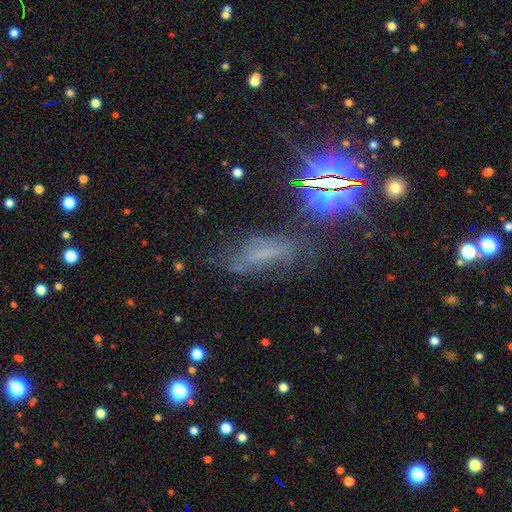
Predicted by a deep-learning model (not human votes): smooth_or_featured: featured or disk (p=0.43) [alt: star or artifact p=0.33]
merging: none (p=0.47) [alt: minor disturbance p=0.26]